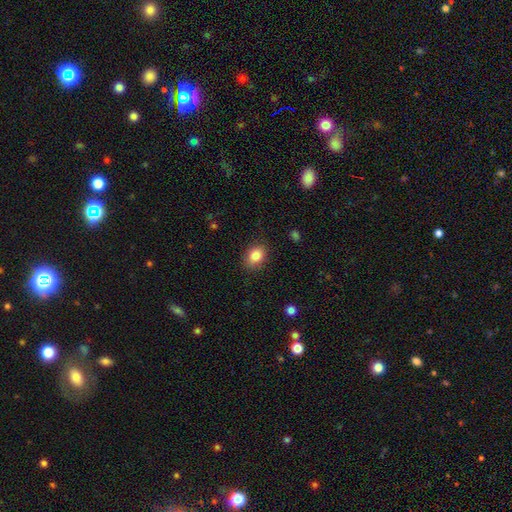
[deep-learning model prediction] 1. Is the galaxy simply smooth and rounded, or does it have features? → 85% smooth, 9% star or artifact, 6% featured or disk.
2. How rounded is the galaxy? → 68% in between, 31% round, 1% cigar-shaped.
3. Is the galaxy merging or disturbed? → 86% none, 10% minor disturbance, 3% major disturbance, 1% merger.